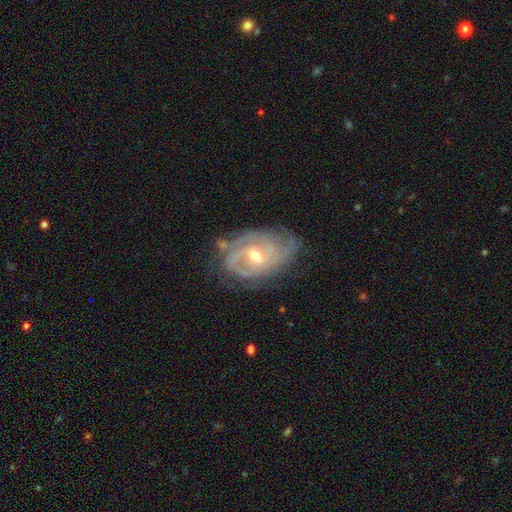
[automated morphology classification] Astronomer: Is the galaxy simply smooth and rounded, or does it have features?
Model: featured or disk — 89%.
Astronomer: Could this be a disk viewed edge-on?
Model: no — 97%.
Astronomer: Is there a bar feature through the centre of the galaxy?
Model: weak — 48% (runner-up: no, 39%).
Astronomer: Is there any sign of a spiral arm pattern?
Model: yes — 97%.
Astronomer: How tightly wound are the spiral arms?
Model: tight — 61%.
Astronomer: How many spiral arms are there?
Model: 3 — 31% (runner-up: 2, 29%).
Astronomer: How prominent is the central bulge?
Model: moderate — 55% (runner-up: small, 42%).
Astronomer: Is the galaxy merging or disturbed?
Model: none — 69%.